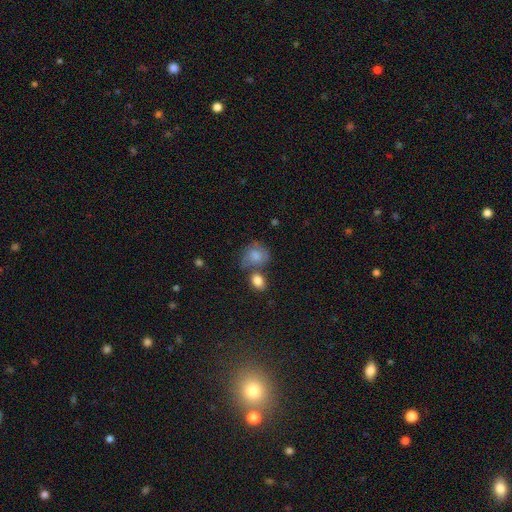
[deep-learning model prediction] Overall: smooth (66%). How rounded: round (55%; in between 44%). Merging: none (41%; merger 25%).